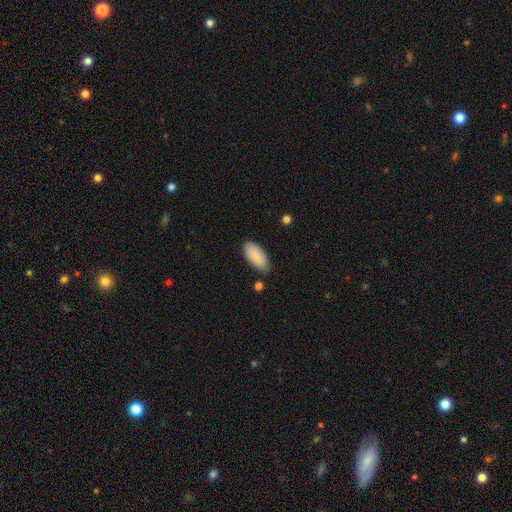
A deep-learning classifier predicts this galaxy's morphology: A smooth galaxy with no disk features (89%) that is in between round and cigar-shaped (91%). Merging: none (83%).